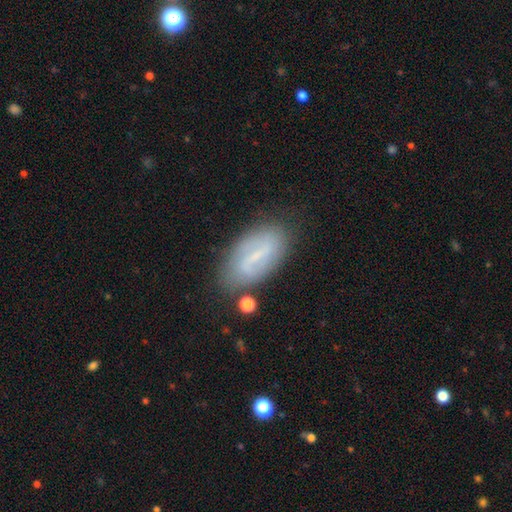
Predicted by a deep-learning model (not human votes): Q: Smooth or featured?
A: featured or disk (62%); runner-up: smooth (30%)
Q: Edge-on disk?
A: no (91%); runner-up: yes (9%)
Q: Bar?
A: strong (43%); tied with: weak (43%)
Q: Spiral arms?
A: yes (72%); runner-up: no (28%)
Q: Bulge size?
A: small (61%); runner-up: none (26%)
Q: Merging?
A: none (77%); runner-up: minor disturbance (15%)